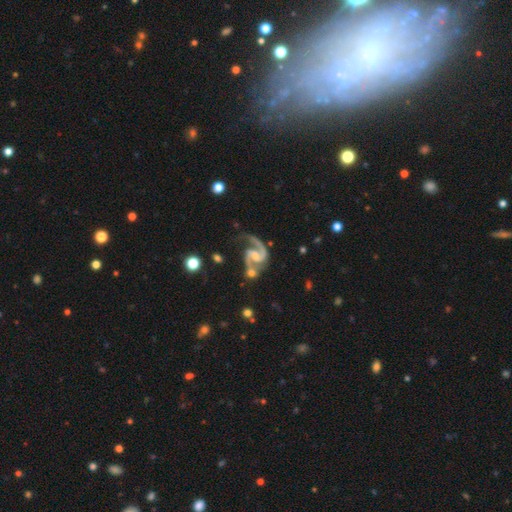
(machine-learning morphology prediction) smooth_or_featured: featured or disk (p=0.93) [alt: star or artifact p=0.04]
disk_edge_on: no (p=0.98) [alt: yes p=0.02]
bar: weak (p=0.47) [alt: no p=0.33]
has_spiral_arms: yes (p=0.98) [alt: no p=0.02]
spiral_winding: medium (p=0.61) [alt: loose p=0.26]
spiral_arm_count: 2 (p=0.93) [alt: 1 p=0.02]
bulge_size: small (p=0.48) [alt: moderate p=0.30]
merging: none (p=0.53) [alt: minor disturbance p=0.19]